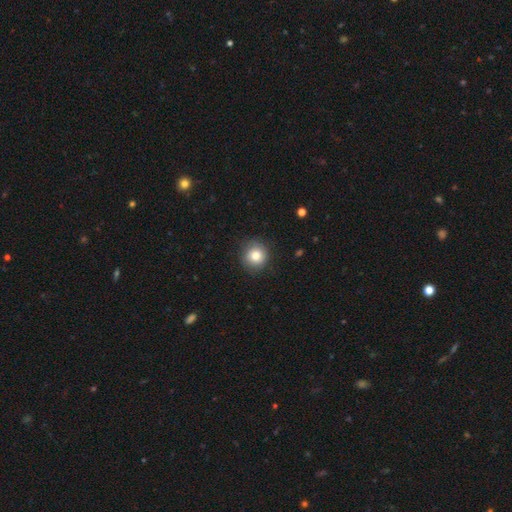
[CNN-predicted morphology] The model was most divided on "smooth or featured": smooth: 81%, star or artifact: 10%, featured or disk: 10%. More confident: how rounded — round (91%); merging — none (85%).